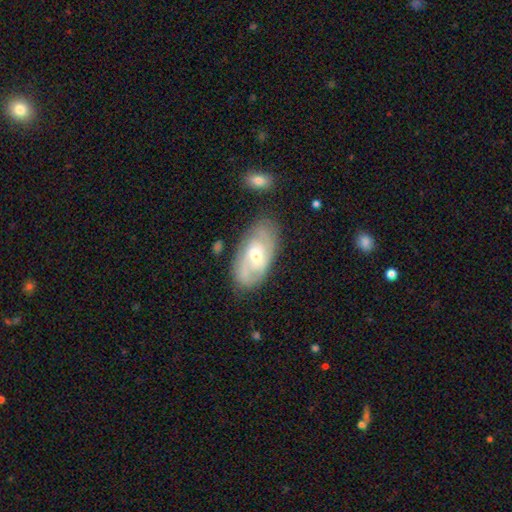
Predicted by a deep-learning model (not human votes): A featured or disk galaxy (70%) with a weak bar (50%), 2 (50%) tight (46%) spiral arms (85%) and a moderate central bulge (49%). Merging: none (75%).